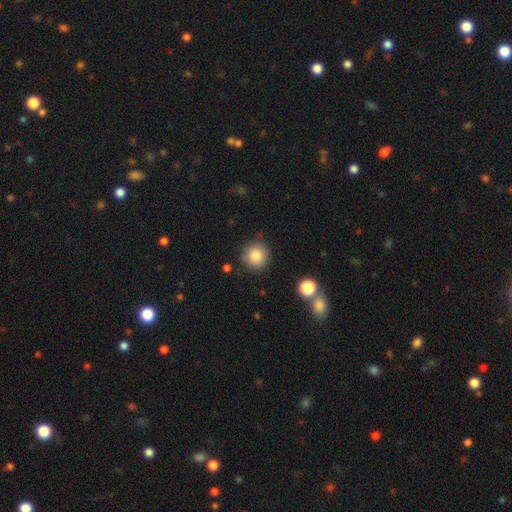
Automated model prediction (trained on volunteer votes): The model was most divided on "smooth or featured": smooth: 85%, star or artifact: 9%, featured or disk: 5%. More confident: how rounded — round (94%); merging — none (87%).